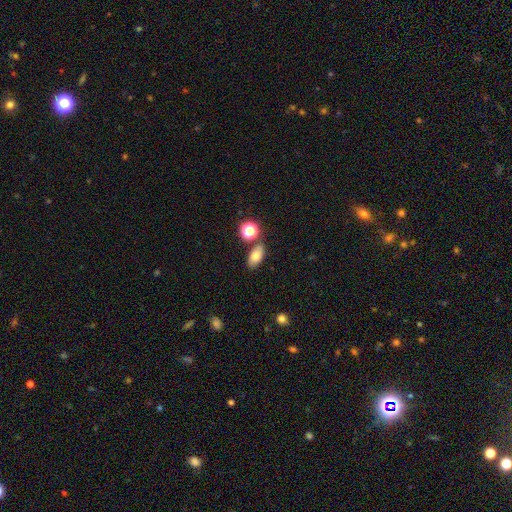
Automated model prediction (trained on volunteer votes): A smooth galaxy with no disk features (76%) that is in between round and cigar-shaped (85%). Merging: none (76%).